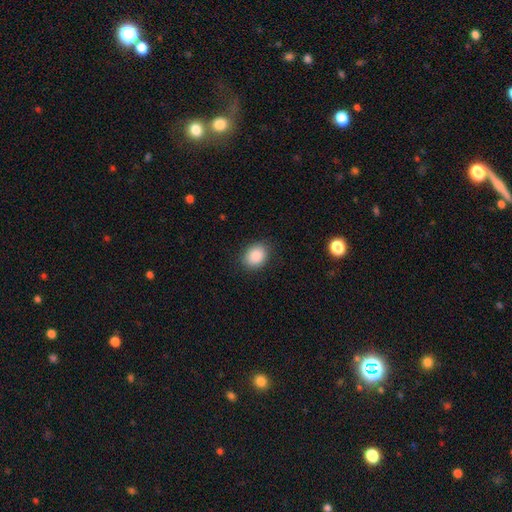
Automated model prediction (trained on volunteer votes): Q: Smooth or featured?
A: smooth (88%); runner-up: star or artifact (8%)
Q: How rounded?
A: in between (53%); runner-up: round (46%)
Q: Merging?
A: none (85%); runner-up: minor disturbance (11%)